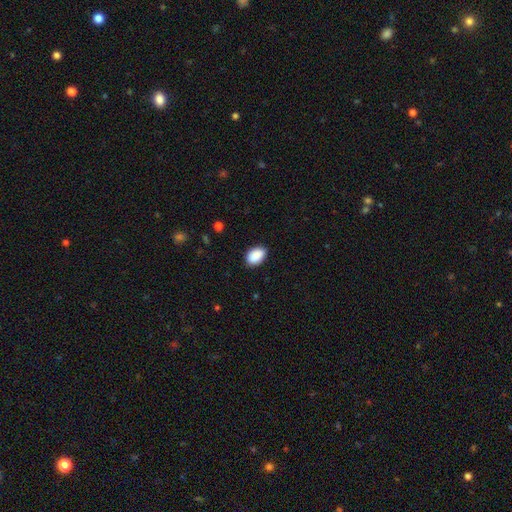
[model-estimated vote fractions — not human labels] Morphology: type=smooth (90%); roundness=in between (89%); merging=none (85%).